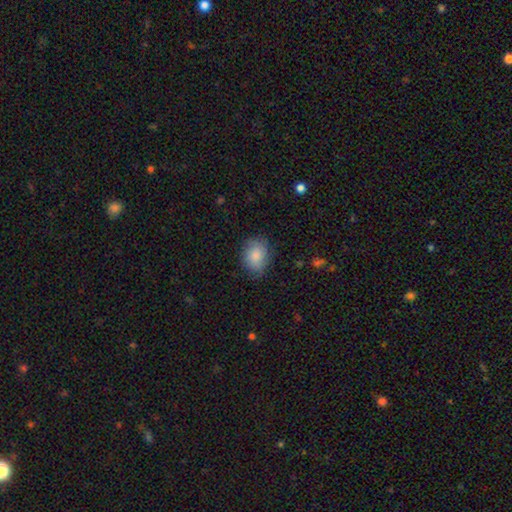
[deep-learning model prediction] smooth 85%, featured or disk 8%, star or artifact 7%. Down the decision tree: how rounded — in between (64%); merging — none (79%).